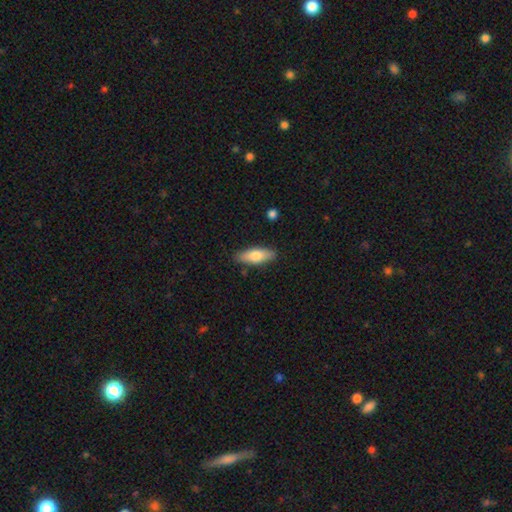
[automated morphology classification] smooth_or_featured: smooth (p=0.73) [alt: featured or disk p=0.22]
how_rounded: in between (p=0.63) [alt: cigar-shaped p=0.35]
merging: none (p=0.87) [alt: minor disturbance p=0.10]